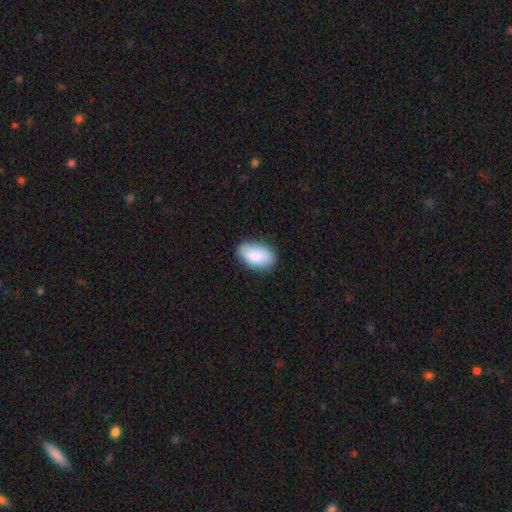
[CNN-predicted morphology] The model was most divided on "merging": none: 84%, minor disturbance: 12%, major disturbance: 3%, merger: 1%. More confident: how rounded — in between (94%); smooth or featured — smooth (88%).